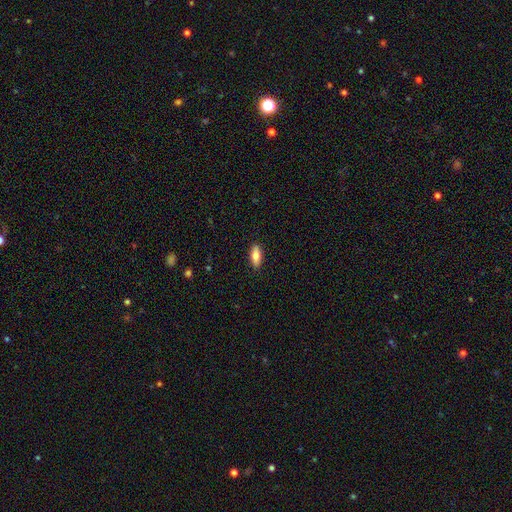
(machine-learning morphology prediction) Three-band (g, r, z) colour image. It shows a smooth galaxy with no disk features (79%) that is in between round and cigar-shaped (76%). Merging: none (89%).